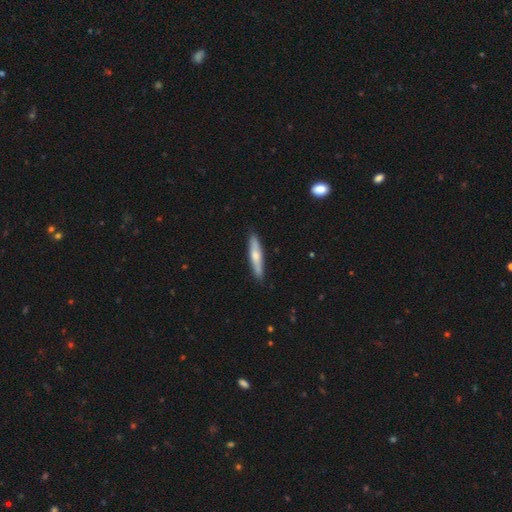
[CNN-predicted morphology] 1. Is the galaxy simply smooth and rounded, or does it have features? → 58% smooth, 37% featured or disk, 5% star or artifact.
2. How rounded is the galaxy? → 87% cigar-shaped, 12% in between, 2% round.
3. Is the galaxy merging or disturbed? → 88% none, 9% minor disturbance, 2% major disturbance, 1% merger.